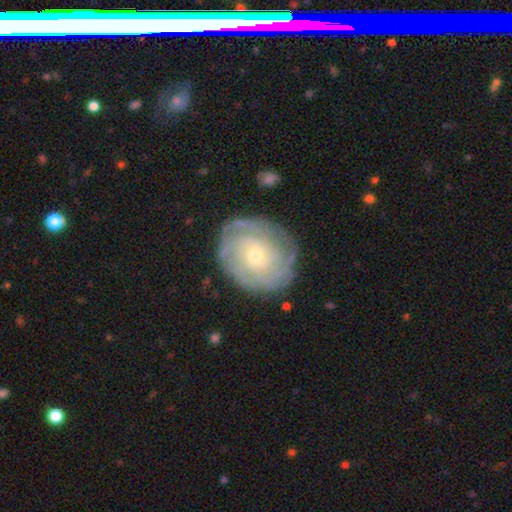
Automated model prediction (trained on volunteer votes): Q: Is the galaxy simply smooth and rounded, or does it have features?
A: featured or disk — 77%.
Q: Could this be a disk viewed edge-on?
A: no — 97%.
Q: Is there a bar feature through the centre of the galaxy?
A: no — 80%.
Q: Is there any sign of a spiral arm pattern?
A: yes — 90%.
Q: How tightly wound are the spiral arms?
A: tight — 76%.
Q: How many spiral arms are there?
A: can't tell — 46%.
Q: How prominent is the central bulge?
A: small — 72%.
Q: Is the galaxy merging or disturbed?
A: none — 79%.